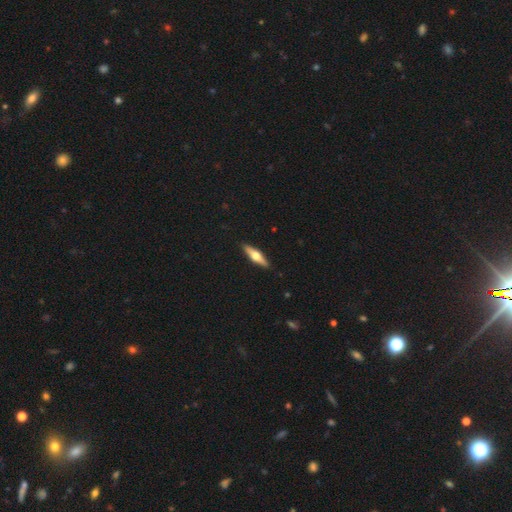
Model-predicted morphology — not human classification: Smooth or featured? featured or disk (62%)
Edge-on disk? yes (96%)
Edge-on bulge? rounded (95%)
Merging? none (91%)